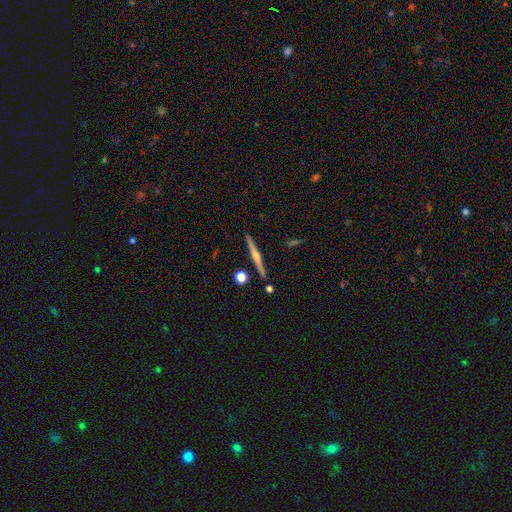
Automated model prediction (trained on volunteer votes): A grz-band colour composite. It shows a featured or disk galaxy (78%) viewed edge-on (98%) with a rounded central bulge (81%). Merging: none (91%).